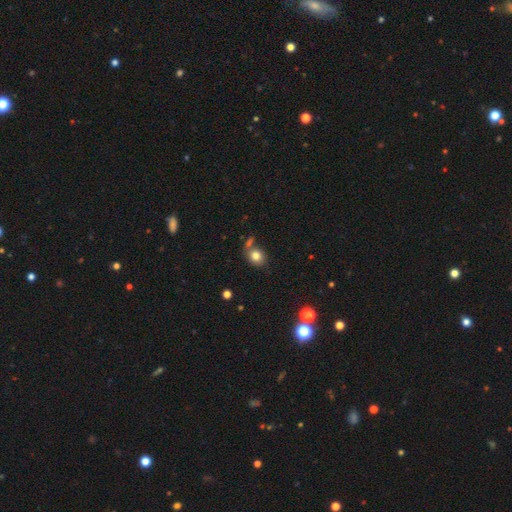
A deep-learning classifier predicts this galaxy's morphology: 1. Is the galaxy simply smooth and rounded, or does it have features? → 81% smooth, 11% star or artifact, 8% featured or disk.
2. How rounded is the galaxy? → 62% round, 37% in between, 1% cigar-shaped.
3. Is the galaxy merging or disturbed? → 64% none, 17% merger, 14% minor disturbance, 5% major disturbance.